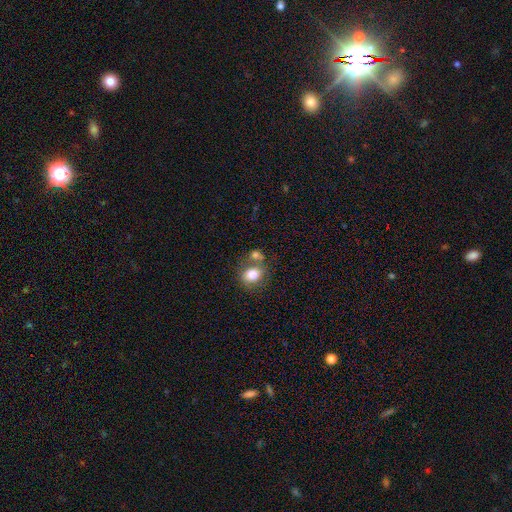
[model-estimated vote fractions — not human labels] Overall: smooth (74%). How rounded: round (58%; in between 40%). Merging: none (46%; merger 36%).